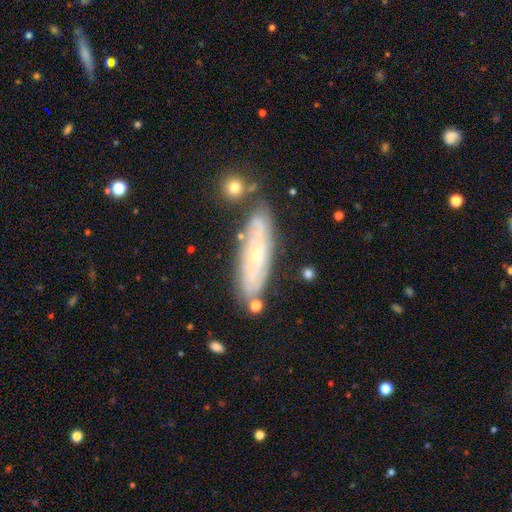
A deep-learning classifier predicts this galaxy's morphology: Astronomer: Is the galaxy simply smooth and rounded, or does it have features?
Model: featured or disk — 61%.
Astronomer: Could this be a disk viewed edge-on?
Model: no — 71%.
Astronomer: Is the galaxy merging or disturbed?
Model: none — 75%.